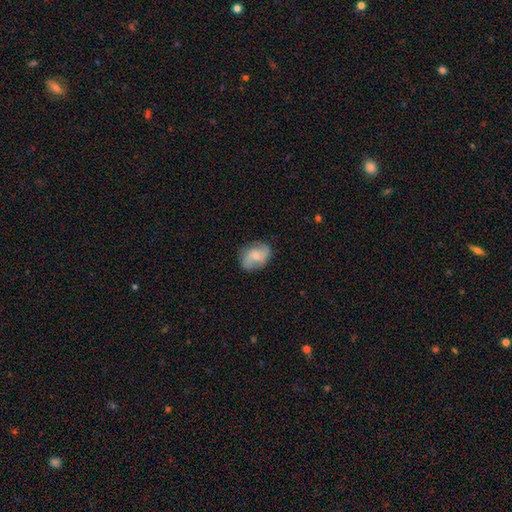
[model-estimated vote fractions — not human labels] smooth 47%, featured or disk 45%, star or artifact 8%. Down the decision tree: merging — none (75%).